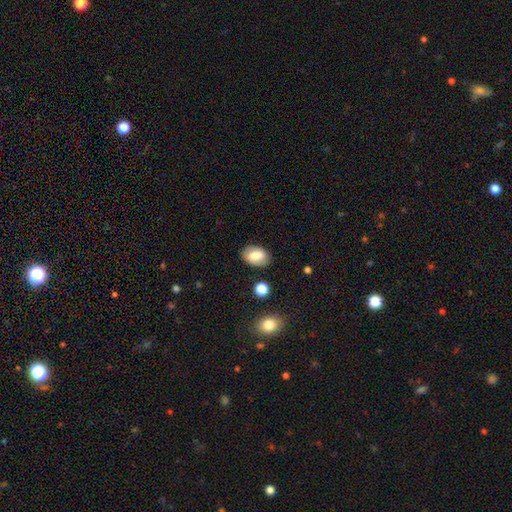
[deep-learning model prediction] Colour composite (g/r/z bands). It shows a smooth galaxy with no disk features (77%) that is in between round and cigar-shaped (88%). Merging: none (83%).